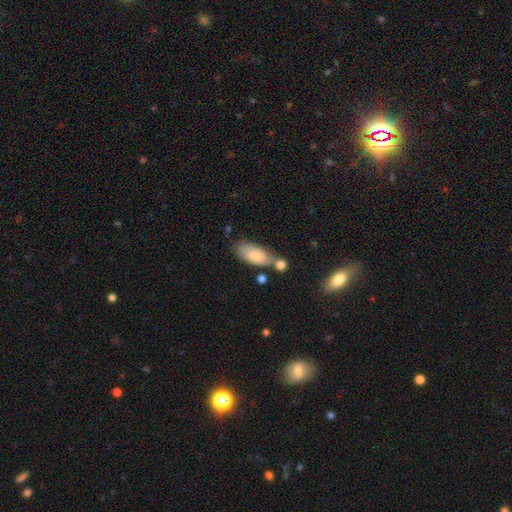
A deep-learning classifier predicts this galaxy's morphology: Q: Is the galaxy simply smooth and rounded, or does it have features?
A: smooth — 74%.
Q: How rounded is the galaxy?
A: in between — 88%.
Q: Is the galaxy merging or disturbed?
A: none — 48%.